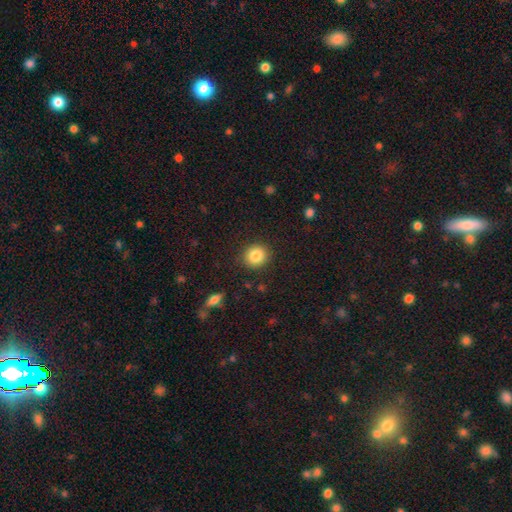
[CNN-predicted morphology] A smooth galaxy with no disk features (84%) that is round (85%). Merging: none (89%).